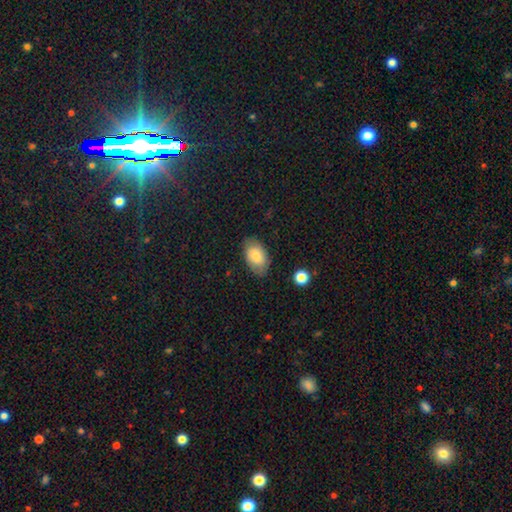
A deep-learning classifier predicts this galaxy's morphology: type=smooth (78%); roundness=in between (93%); merging=none (80%).